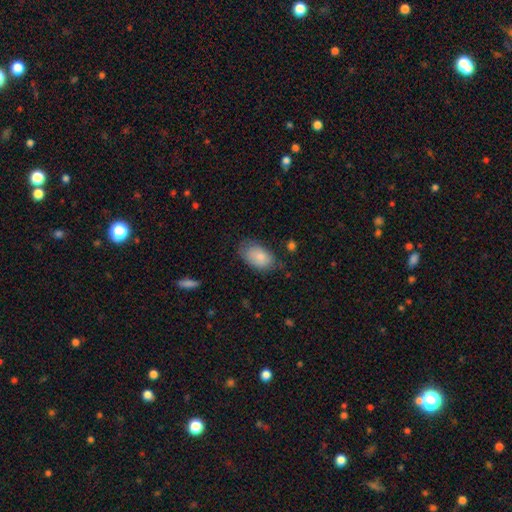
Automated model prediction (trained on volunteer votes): Smooth or featured?
  - smooth: 80% *
  - featured or disk: 13%
  - star or artifact: 7%
How rounded?
  - in between: 91% *
  - round: 7%
  - cigar-shaped: 1%
Merging?
  - none: 66% *
  - minor disturbance: 26%
  - major disturbance: 6%
  - merger: 2%